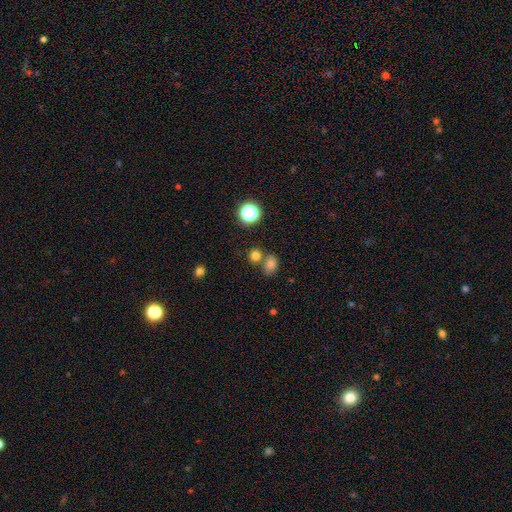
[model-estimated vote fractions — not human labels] This is likely a smooth galaxy (76%). How rounded: likely round (65%). Merging: possibly none (59%).